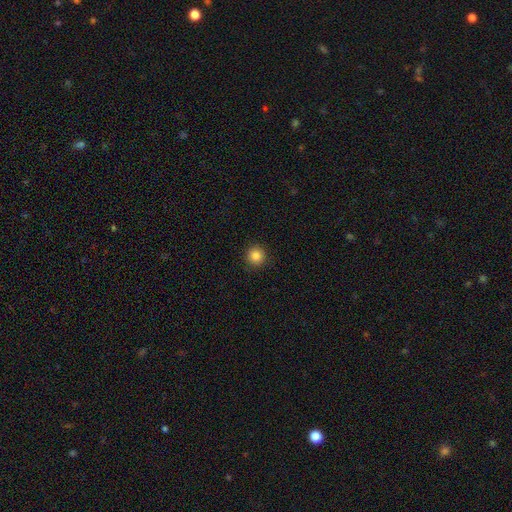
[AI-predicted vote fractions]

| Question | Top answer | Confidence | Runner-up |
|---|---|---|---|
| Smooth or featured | smooth | 85% | star or artifact (11%) |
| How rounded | round | 94% | in between (5%) |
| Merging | none | 92% | minor disturbance (5%) |